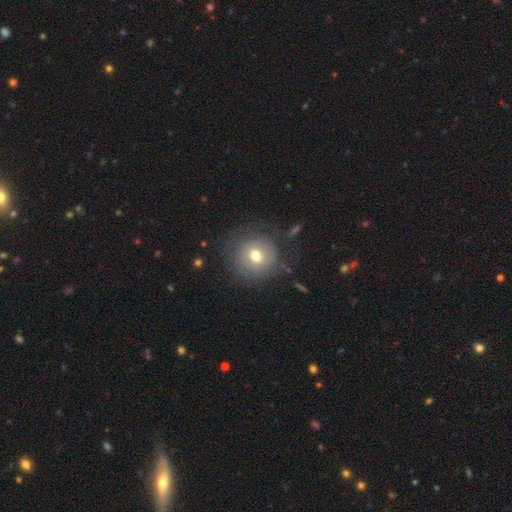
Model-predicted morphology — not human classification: smooth_or_featured: smooth (p=0.61) [alt: featured or disk p=0.29]
how_rounded: round (p=0.90) [alt: in between p=0.09]
merging: none (p=0.72) [alt: minor disturbance p=0.16]